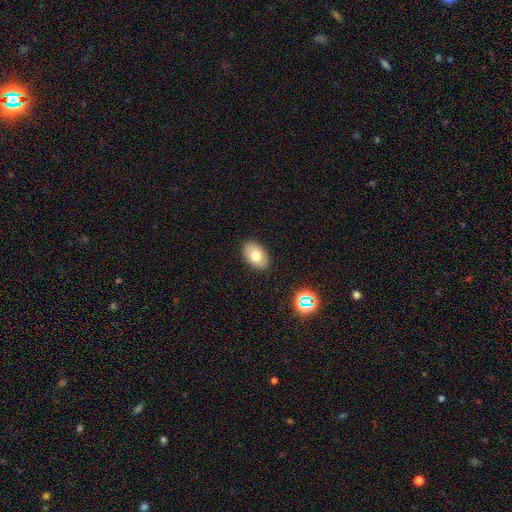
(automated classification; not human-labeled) Q: Smooth or featured?
A: smooth (72%); runner-up: featured or disk (19%)
Q: How rounded?
A: in between (89%); runner-up: round (10%)
Q: Merging?
A: none (88%); runner-up: minor disturbance (9%)